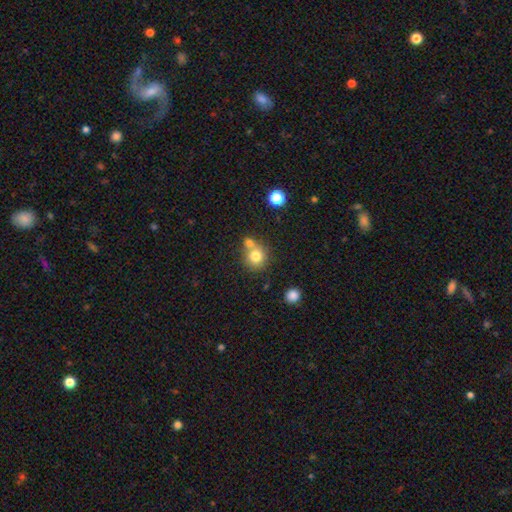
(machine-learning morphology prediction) This appears to be a smooth galaxy with no disk features (78%) that is round (86%). Merging: none (53%).